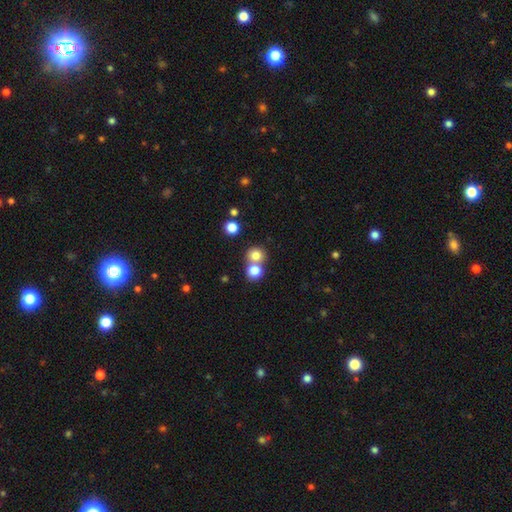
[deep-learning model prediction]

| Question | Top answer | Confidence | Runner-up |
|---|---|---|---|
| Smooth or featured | smooth | 78% | star or artifact (13%) |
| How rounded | round | 84% | in between (15%) |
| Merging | none | 48% | merger (43%) |